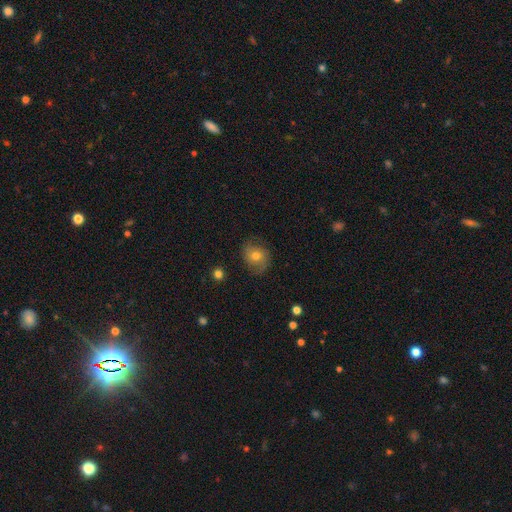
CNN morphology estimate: A smooth galaxy with no disk features (48%). Merging: none (69%).